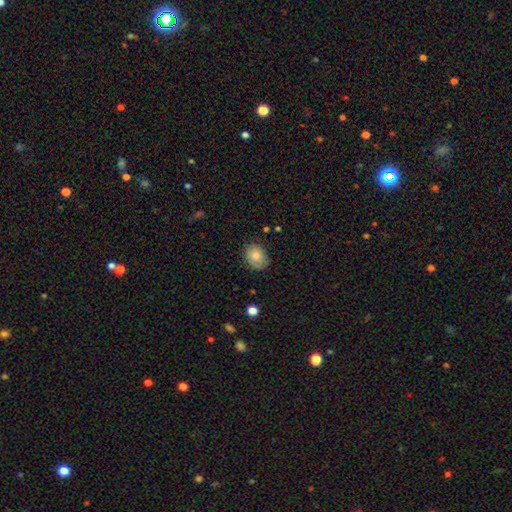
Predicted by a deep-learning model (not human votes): A smooth galaxy with no disk features (80%) that is in between round and cigar-shaped (58%).

Vote fractions:
- Smooth or featured? smooth: 80% / featured or disk: 13% / star or artifact: 8%
- How rounded? in between: 58% / round: 41% / cigar-shaped: 1%
- Merging? none: 80% / minor disturbance: 15% / major disturbance: 3% / merger: 1%